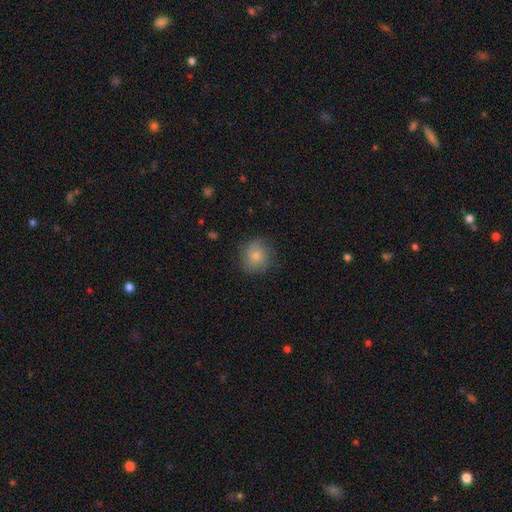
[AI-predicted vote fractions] A smooth galaxy with no disk features (79%) that is round (90%). Merging: none (80%).